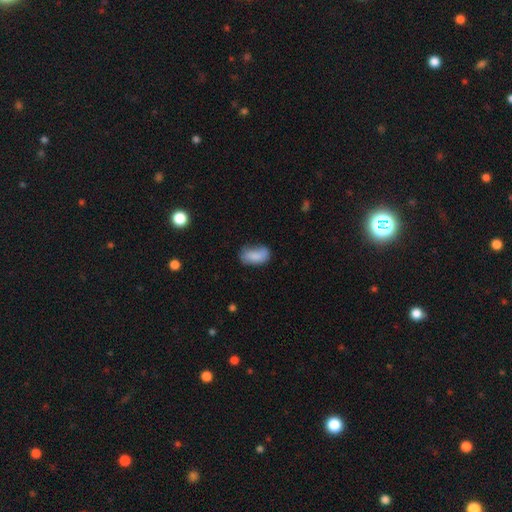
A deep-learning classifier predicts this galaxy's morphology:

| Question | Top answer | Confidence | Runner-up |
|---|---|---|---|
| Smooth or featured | smooth | 78% | featured or disk (14%) |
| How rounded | in between | 91% | round (6%) |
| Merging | none | 55% | minor disturbance (31%) |